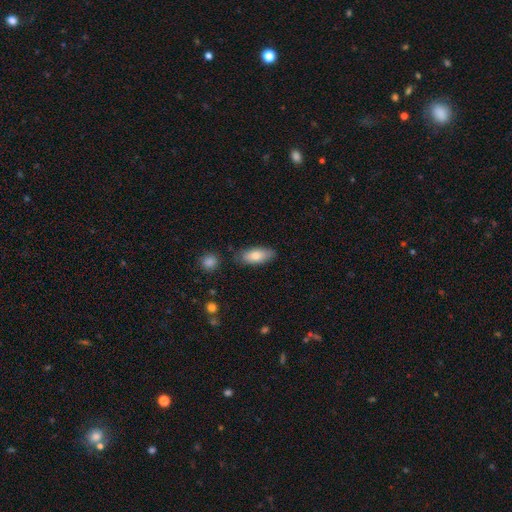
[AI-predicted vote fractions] This appears to be a smooth galaxy with no disk features (79%) that is in between round and cigar-shaped (85%). Merging: none (79%).